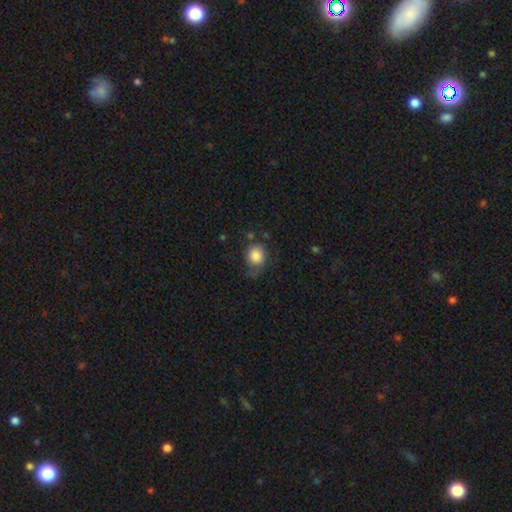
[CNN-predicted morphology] This appears to be a smooth galaxy with no disk features (86%) that is round (68%). Merging: none (58%).